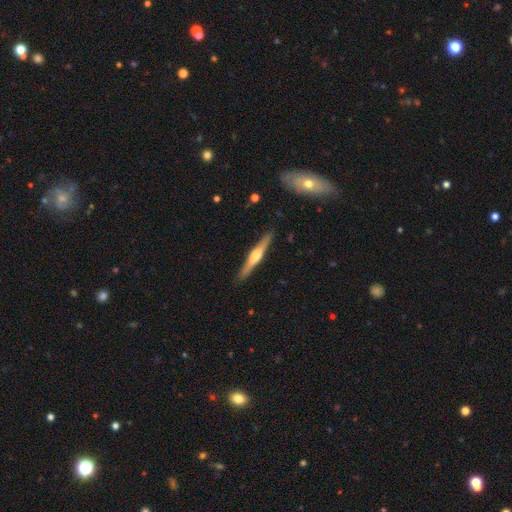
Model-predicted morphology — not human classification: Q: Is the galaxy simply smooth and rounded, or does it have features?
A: featured or disk — 64%.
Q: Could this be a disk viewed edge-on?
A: yes — 97%.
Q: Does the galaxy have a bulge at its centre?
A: rounded — 89%.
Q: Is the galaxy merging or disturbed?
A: none — 90%.